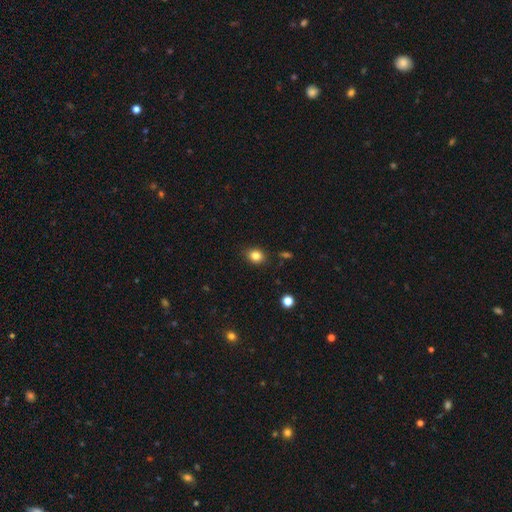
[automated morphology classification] smooth 84%, star or artifact 11%, featured or disk 5%. Down the decision tree: how rounded — round (58%); merging — none (85%).